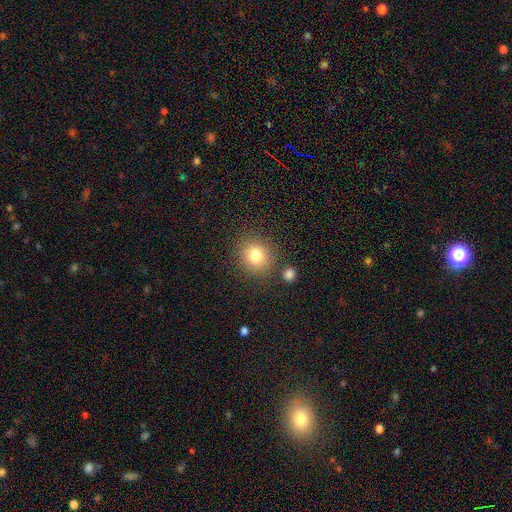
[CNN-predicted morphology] This appears to be a smooth galaxy with no disk features (79%) that is round (82%). Merging: none (82%).